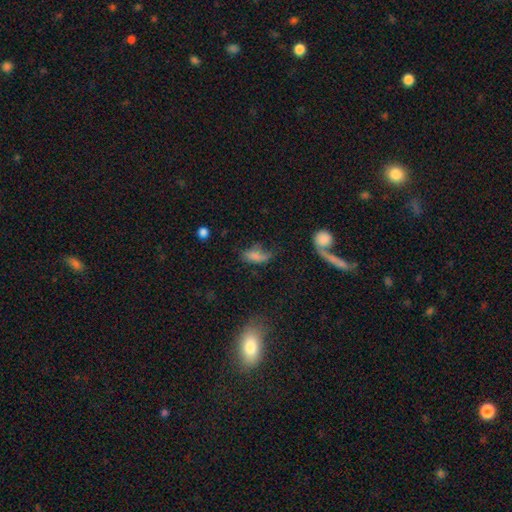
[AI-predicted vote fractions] A smooth galaxy with no disk features (73%) that is in between round and cigar-shaped (82%).

Vote fractions:
- Smooth or featured? smooth: 73% / featured or disk: 14% / star or artifact: 12%
- How rounded? in between: 82% / cigar-shaped: 12% / round: 6%
- Merging? none: 37% / minor disturbance: 30% / major disturbance: 25% / merger: 7%